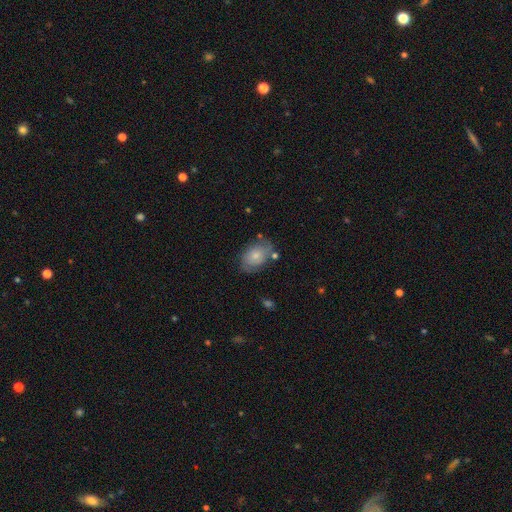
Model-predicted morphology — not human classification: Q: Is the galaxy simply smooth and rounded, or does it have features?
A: smooth — 67%.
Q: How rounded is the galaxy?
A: in between — 83%.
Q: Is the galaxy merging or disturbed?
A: none — 66%.